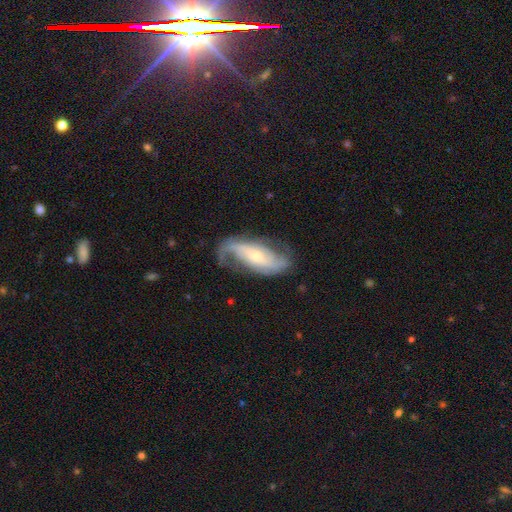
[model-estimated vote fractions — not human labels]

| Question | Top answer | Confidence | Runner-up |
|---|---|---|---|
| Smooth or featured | featured or disk | 84% | smooth (10%) |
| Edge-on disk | no | 94% | yes (6%) |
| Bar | no | 48% | weak (31%) |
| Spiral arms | yes | 95% | no (5%) |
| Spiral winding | loose | 49% | medium (35%) |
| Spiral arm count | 2 | 86% | can't tell (5%) |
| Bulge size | small | 67% | moderate (27%) |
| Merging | none | 68% | minor disturbance (18%) |